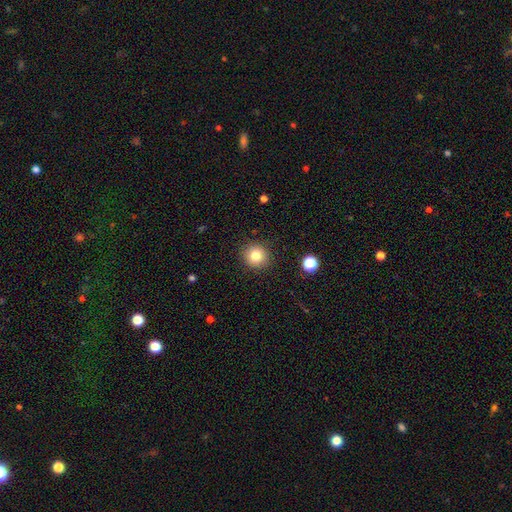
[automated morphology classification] This appears to be a smooth galaxy with no disk features (81%) that is round (89%). Merging: none (90%).